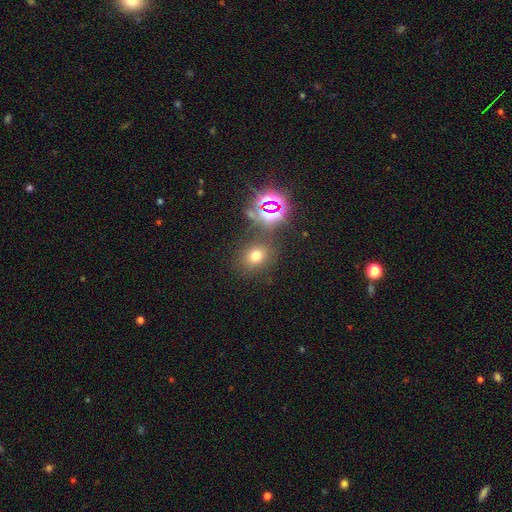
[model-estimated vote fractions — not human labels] Smooth or featured? Predicted: smooth (p=0.63). How rounded? Predicted: round (p=0.67). Merging? Predicted: none (p=0.79).